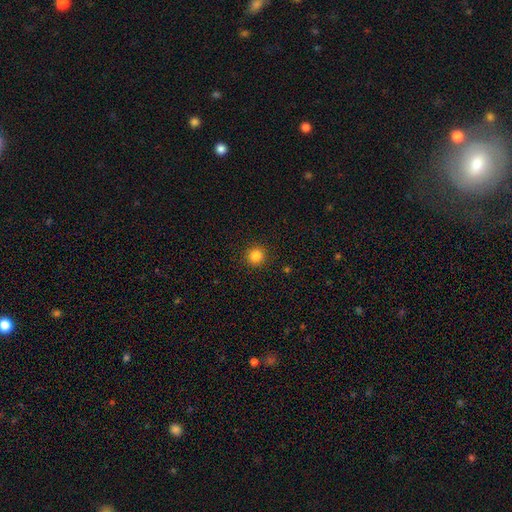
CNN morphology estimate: Overall: smooth (83%). How rounded: round (94%). Merging: none (92%).